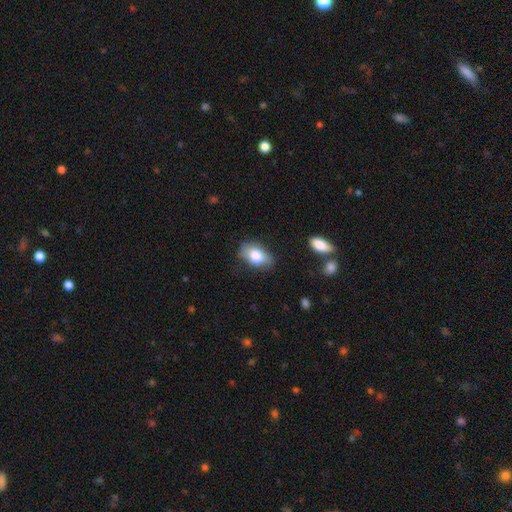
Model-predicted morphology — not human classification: smooth_or_featured: smooth (p=0.78) [alt: featured or disk p=0.15]
how_rounded: in between (p=0.88) [alt: round p=0.10]
merging: none (p=0.74) [alt: minor disturbance p=0.19]